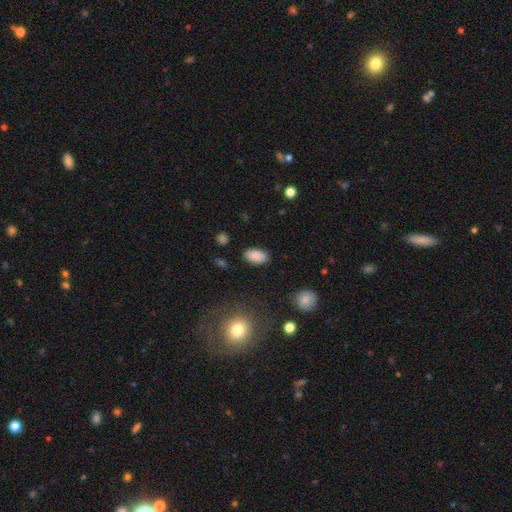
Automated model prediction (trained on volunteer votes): A smooth galaxy with no disk features (87%) that is in between round and cigar-shaped (94%).

Vote fractions:
- Smooth or featured? smooth: 87% / star or artifact: 8% / featured or disk: 5%
- How rounded? in between: 94% / round: 5% / cigar-shaped: 2%
- Merging? none: 86% / minor disturbance: 10% / major disturbance: 3% / merger: 1%